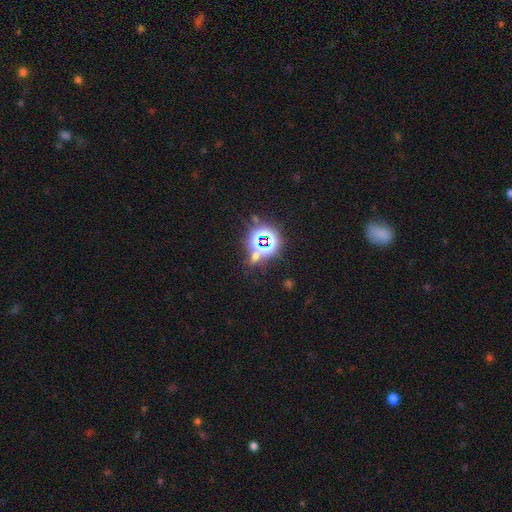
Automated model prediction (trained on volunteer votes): The model was most divided on "smooth or featured": star or artifact: 77%, smooth: 15%, featured or disk: 9%.